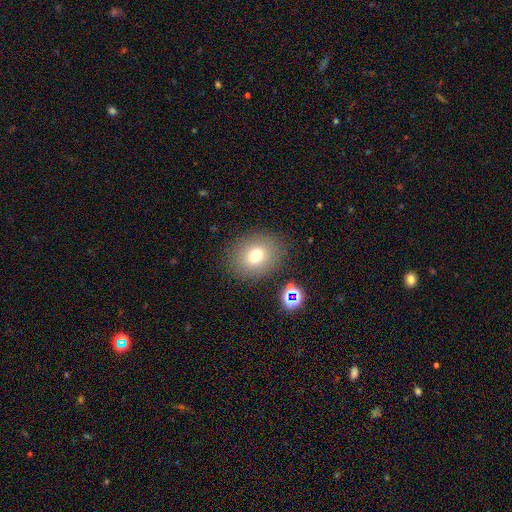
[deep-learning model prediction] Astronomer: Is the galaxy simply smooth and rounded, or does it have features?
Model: smooth — 75%.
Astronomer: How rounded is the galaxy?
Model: round — 54% (runner-up: in between, 45%).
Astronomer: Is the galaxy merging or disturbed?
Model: none — 83%.